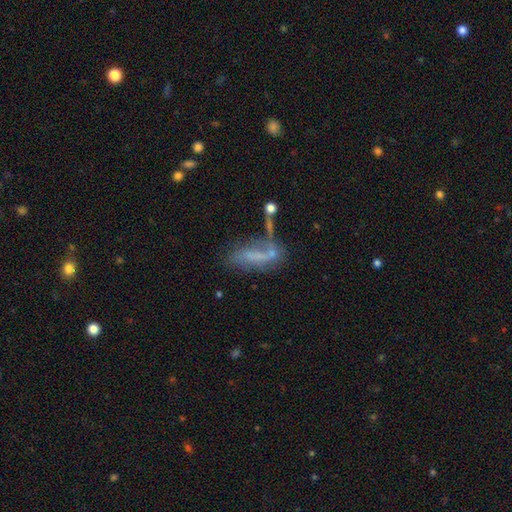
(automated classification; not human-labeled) Smooth or featured? smooth (45%)
Merging? none (33%)